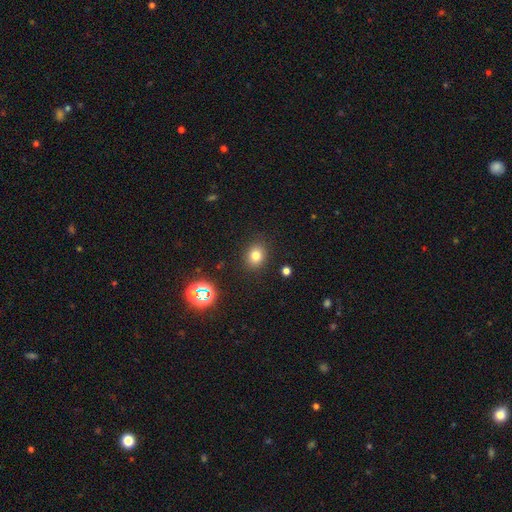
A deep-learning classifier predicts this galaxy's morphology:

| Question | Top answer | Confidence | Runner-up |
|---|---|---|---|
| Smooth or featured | smooth | 77% | star or artifact (16%) |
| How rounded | round | 64% | in between (35%) |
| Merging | none | 88% | minor disturbance (8%) |